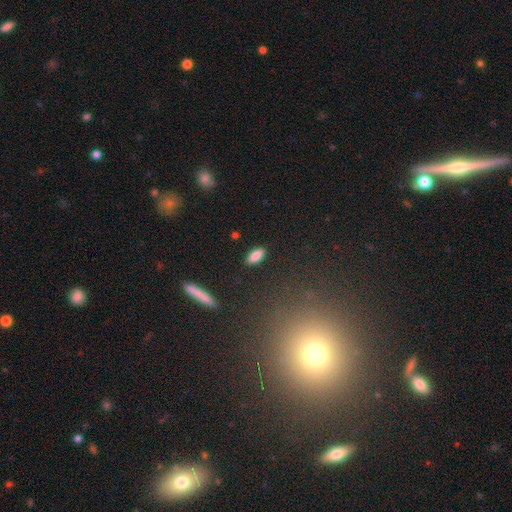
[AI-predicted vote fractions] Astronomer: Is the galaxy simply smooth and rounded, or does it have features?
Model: smooth — 87%.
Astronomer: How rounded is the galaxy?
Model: in between — 81%.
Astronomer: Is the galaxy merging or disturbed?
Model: none — 87%.